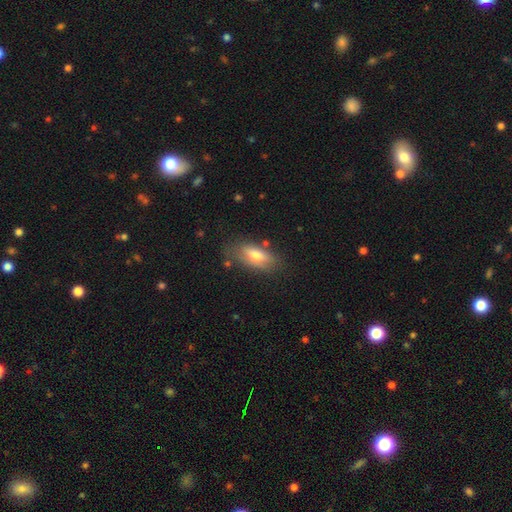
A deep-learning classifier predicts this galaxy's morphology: Q: Smooth or featured?
A: smooth (67%); runner-up: featured or disk (26%)
Q: How rounded?
A: in between (80%); runner-up: cigar-shaped (17%)
Q: Merging?
A: none (74%); runner-up: minor disturbance (18%)